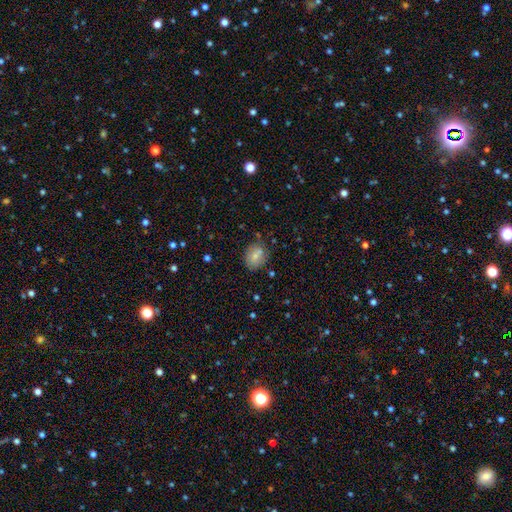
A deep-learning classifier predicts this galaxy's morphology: Smooth or featured?
  - smooth: 74% *
  - featured or disk: 16%
  - star or artifact: 10%
How rounded?
  - in between: 50% *
  - round: 49%
  - cigar-shaped: 1%
Merging?
  - none: 73% *
  - minor disturbance: 16%
  - merger: 7%
  - major disturbance: 4%